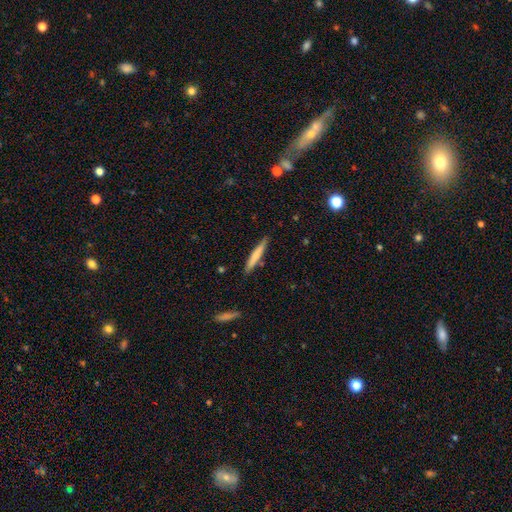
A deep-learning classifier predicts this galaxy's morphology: smooth 68%, featured or disk 27%, star or artifact 5%. Down the decision tree: how rounded — cigar-shaped (94%); merging — none (85%).